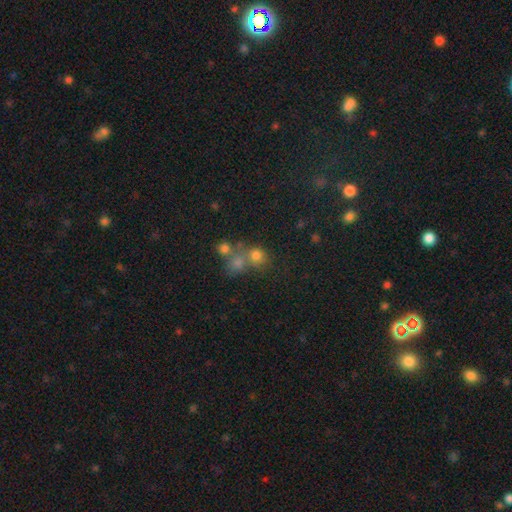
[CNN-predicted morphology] The model was most divided on "merging": none: 48%, merger: 40%, minor disturbance: 8%, major disturbance: 5%. More confident: how rounded — round (83%); smooth or featured — smooth (71%).